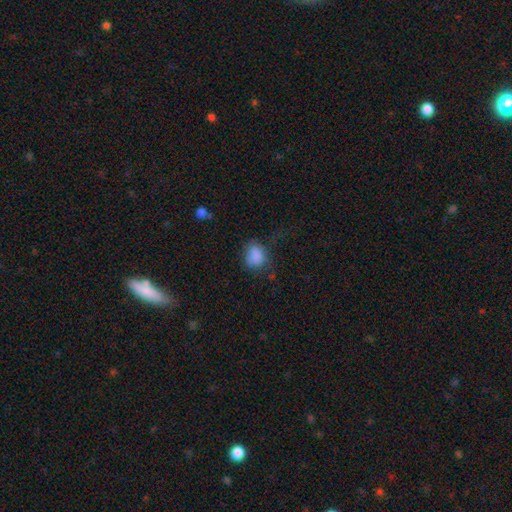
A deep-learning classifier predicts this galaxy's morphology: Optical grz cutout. It shows a smooth galaxy with no disk features (83%) that is in between round and cigar-shaped (55%). Merging: none (51%).